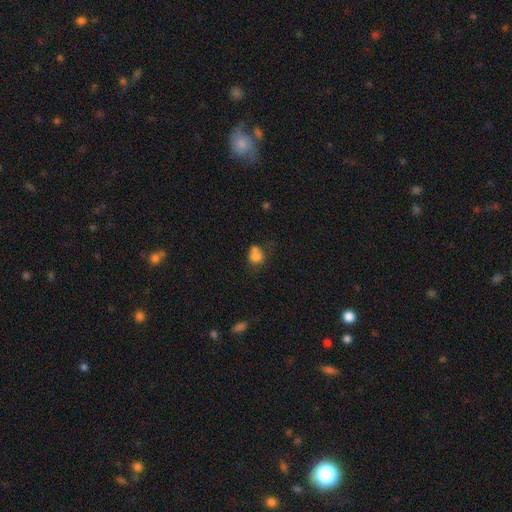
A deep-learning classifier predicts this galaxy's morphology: Smooth or featured: smooth — 76% (featured or disk — 12%)
How rounded: round — 59% (in between — 40%)
Merging: none — 36% (merger — 34%)